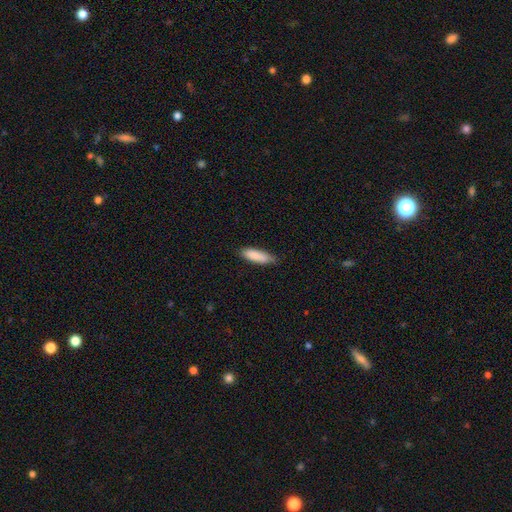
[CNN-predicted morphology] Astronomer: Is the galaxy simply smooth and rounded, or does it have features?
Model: smooth — 87%.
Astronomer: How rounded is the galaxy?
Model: in between — 51% (runner-up: cigar-shaped, 48%).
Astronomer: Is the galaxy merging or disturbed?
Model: none — 75%.